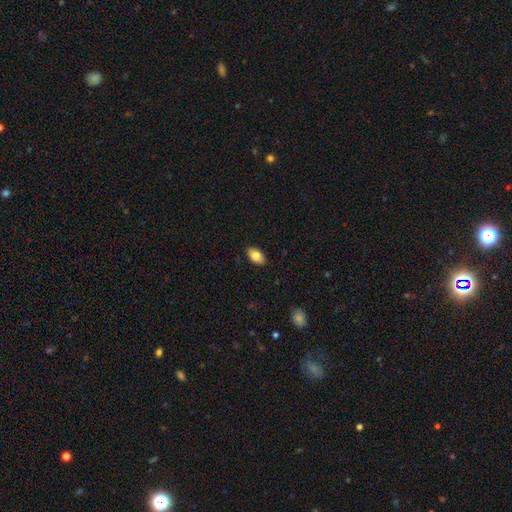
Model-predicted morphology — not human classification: smooth_or_featured: smooth (p=0.82) [alt: featured or disk p=0.11]
how_rounded: in between (p=0.93) [alt: round p=0.05]
merging: none (p=0.89) [alt: minor disturbance p=0.08]